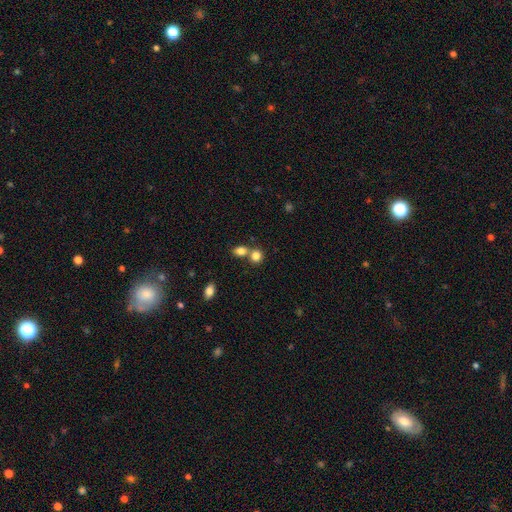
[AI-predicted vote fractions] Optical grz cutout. It shows a smooth galaxy with no disk features (82%) that is round (72%). Merging: none (48%).